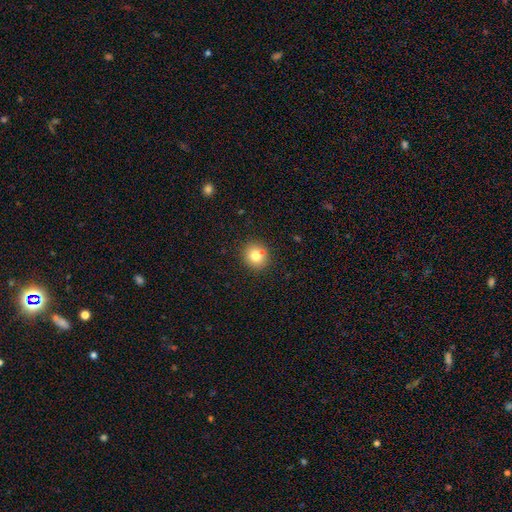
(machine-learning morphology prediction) type=smooth (77%); roundness=round (88%); merging=none (82%).